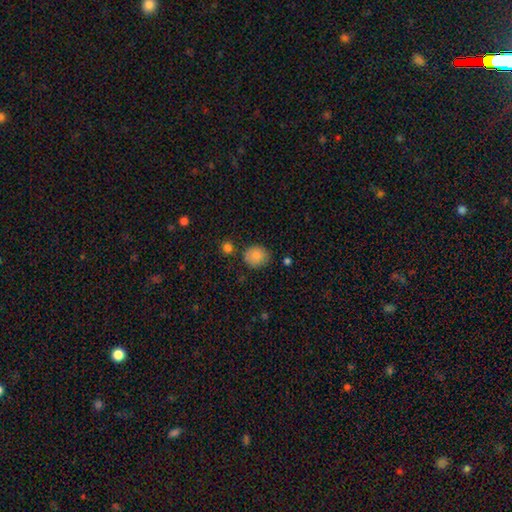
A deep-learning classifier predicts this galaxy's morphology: A smooth galaxy with no disk features (84%) that is round (83%). Merging: none (78%).